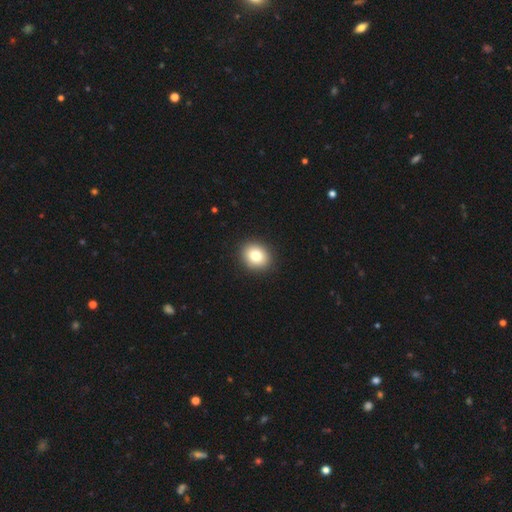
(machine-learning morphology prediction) smooth_or_featured: smooth (p=0.80) [alt: featured or disk p=0.10]
how_rounded: round (p=0.66) [alt: in between p=0.33]
merging: none (p=0.92) [alt: minor disturbance p=0.05]